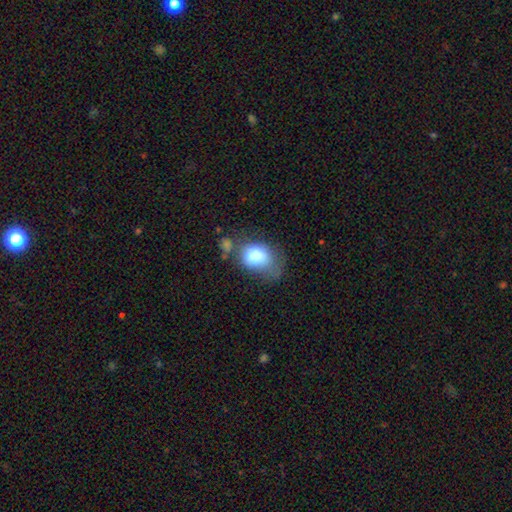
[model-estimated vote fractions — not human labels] Overall: smooth (79%). How rounded: in between (71%). Merging: none (30%; minor disturbance 29%).